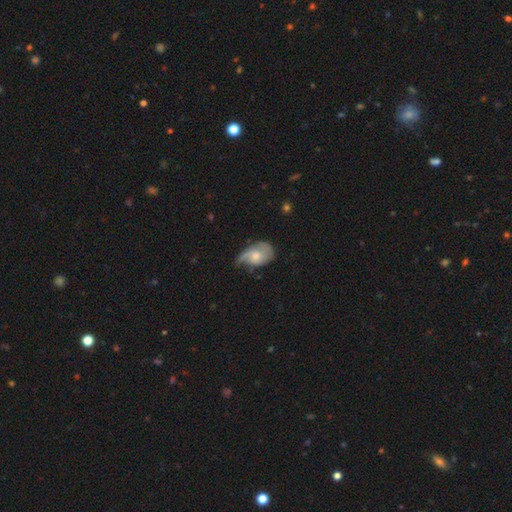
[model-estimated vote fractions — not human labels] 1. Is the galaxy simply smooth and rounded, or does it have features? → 59% featured or disk, 35% smooth, 6% star or artifact.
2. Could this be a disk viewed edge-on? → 96% no, 4% yes.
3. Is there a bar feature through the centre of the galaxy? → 74% no, 23% weak, 3% strong.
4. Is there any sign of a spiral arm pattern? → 82% yes, 18% no.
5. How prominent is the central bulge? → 46% moderate (tied), 46% small (tied), 4% none, 3% large, 1% dominant.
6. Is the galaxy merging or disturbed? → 37% minor disturbance, 32% none, 28% major disturbance, 3% merger.